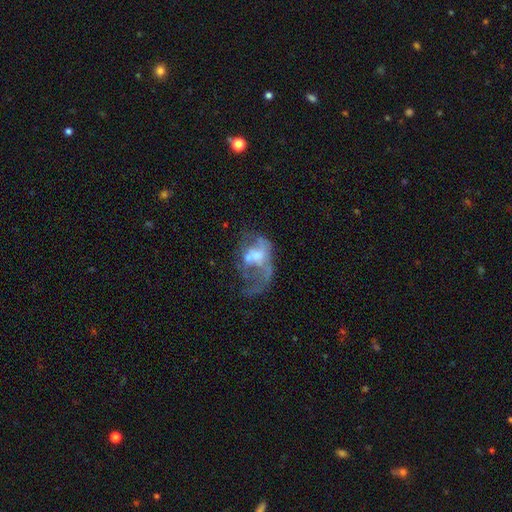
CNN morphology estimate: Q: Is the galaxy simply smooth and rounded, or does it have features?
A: featured or disk — 60%.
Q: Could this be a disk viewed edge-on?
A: no — 97%.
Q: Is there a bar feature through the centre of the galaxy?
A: no — 72%.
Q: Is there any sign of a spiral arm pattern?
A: no — 71%.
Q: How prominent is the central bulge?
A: moderate — 34%.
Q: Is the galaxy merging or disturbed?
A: major disturbance — 58%.